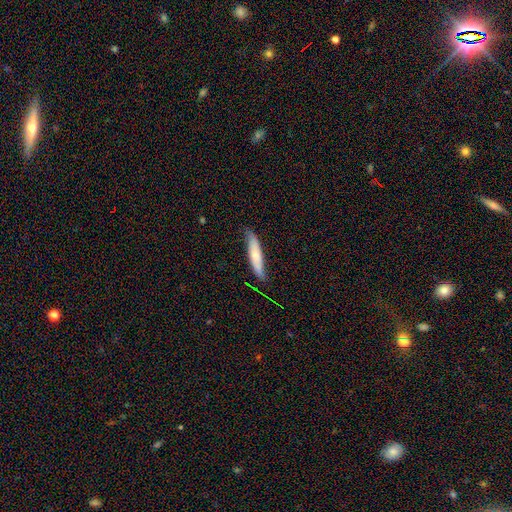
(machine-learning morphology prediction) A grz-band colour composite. It shows a smooth galaxy with no disk features (63%) that is cigar-shaped (84%). Merging: none (71%).